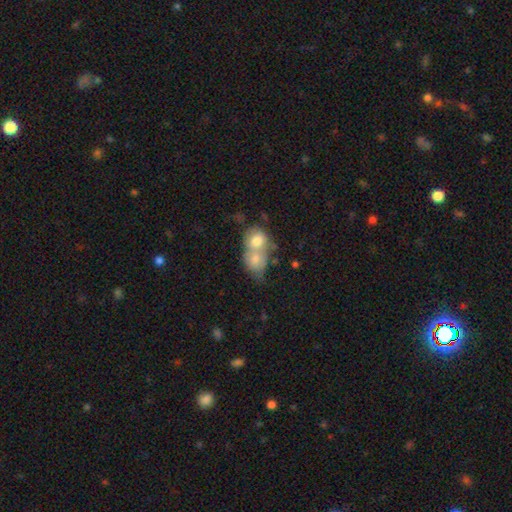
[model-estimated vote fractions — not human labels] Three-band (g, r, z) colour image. It shows a smooth galaxy with no disk features (69%) that is round (58%). Merging: merger (73%).